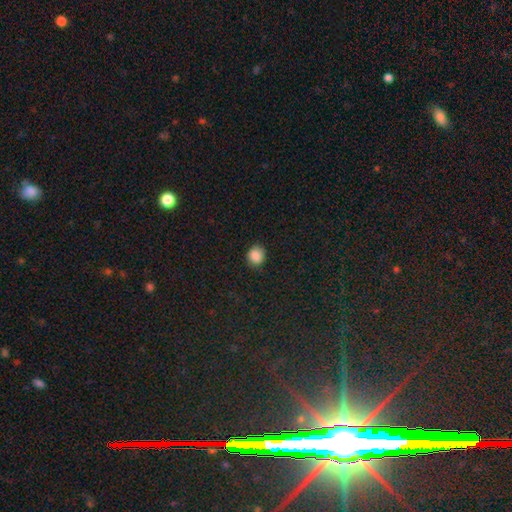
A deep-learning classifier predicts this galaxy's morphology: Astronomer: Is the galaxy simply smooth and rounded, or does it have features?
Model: smooth — 87%.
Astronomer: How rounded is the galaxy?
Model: round — 76%.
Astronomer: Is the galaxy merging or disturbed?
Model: none — 86%.